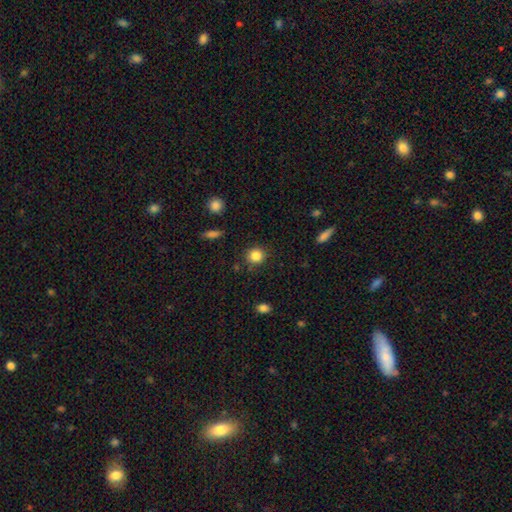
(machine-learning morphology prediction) smooth_or_featured: smooth (p=0.85) [alt: star or artifact p=0.10]
how_rounded: round (p=0.89) [alt: in between p=0.10]
merging: none (p=0.87) [alt: minor disturbance p=0.09]